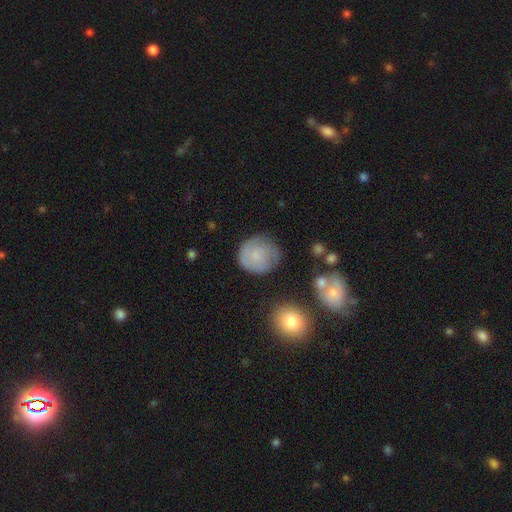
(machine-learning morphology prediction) Smooth or featured?
  - smooth: 57% *
  - featured or disk: 36%
  - star or artifact: 7%
How rounded?
  - round: 89% *
  - in between: 10%
  - cigar-shaped: 1%
Merging?
  - none: 70% *
  - minor disturbance: 19%
  - major disturbance: 8%
  - merger: 2%